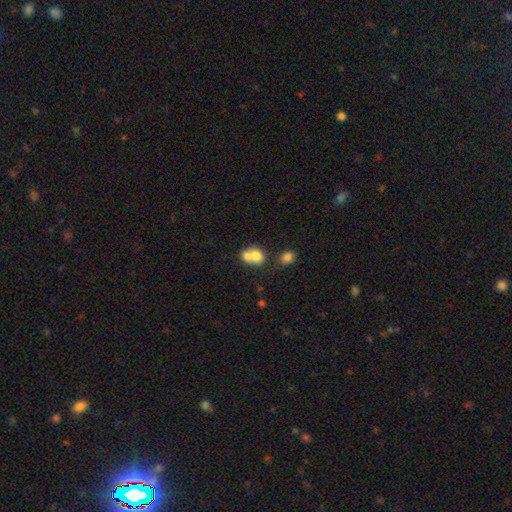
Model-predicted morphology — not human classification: smooth-or-featured: smooth: 73% | featured or disk: 18% | star or artifact: 9%
  how-rounded: round: 58% | in between: 41% | cigar-shaped: 1%
  merging: merger: 68% | none: 23% | minor disturbance: 6% | major disturbance: 3%